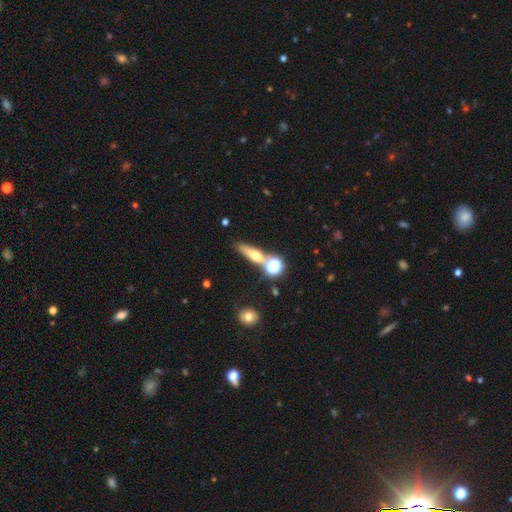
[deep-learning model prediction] Morphology: type=smooth (49%); merging=none (62%).